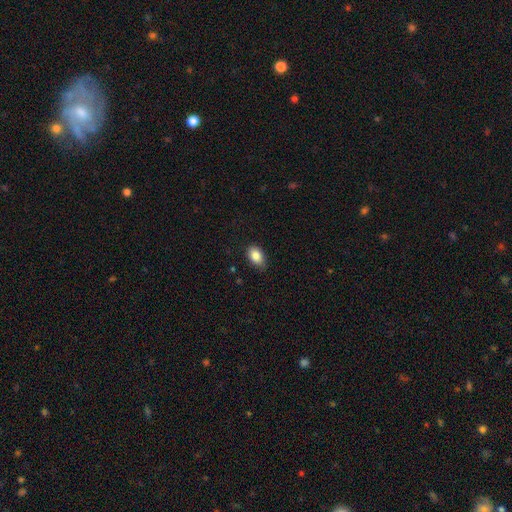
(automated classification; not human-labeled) Overall: smooth (86%). How rounded: in between (86%). Merging: none (78%).